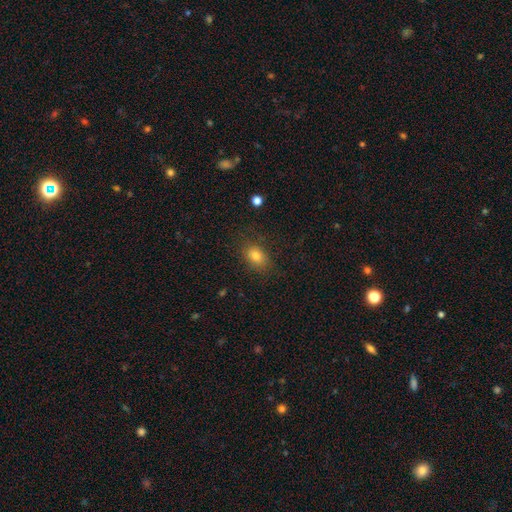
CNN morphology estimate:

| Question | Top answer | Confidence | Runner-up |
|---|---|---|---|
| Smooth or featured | smooth | 79% | star or artifact (12%) |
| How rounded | in between | 70% | round (28%) |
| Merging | none | 82% | minor disturbance (12%) |